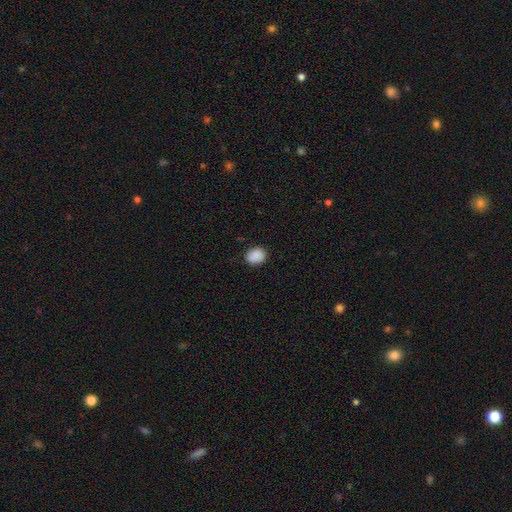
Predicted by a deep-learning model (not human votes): Smooth or featured?
  - smooth: 88% *
  - star or artifact: 8%
  - featured or disk: 3%
How rounded?
  - round: 52% *
  - in between: 47%
  - cigar-shaped: 1%
Merging?
  - none: 84% *
  - minor disturbance: 12%
  - major disturbance: 3%
  - merger: 1%